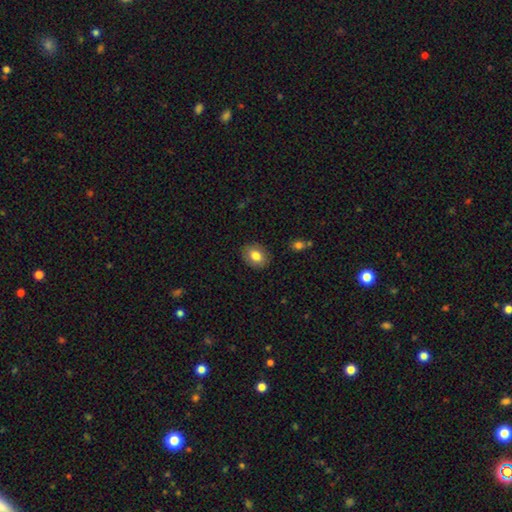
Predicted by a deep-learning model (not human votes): smooth 81%, featured or disk 11%, star or artifact 8%. Down the decision tree: how rounded — in between (60%); merging — none (88%).